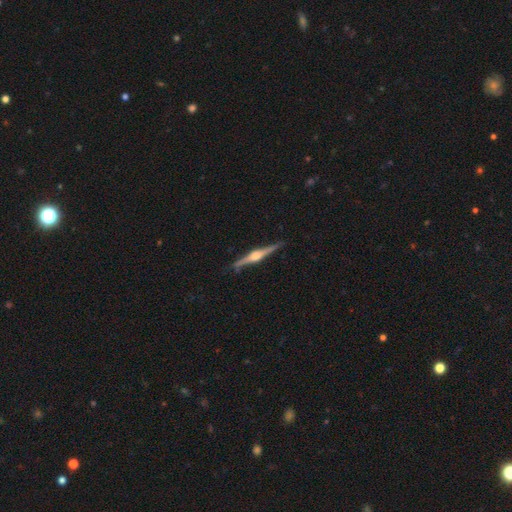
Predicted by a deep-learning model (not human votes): smooth_or_featured: featured or disk (p=0.82) [alt: smooth p=0.13]
disk_edge_on: yes (p=0.98) [alt: no p=0.02]
edge_on_bulge: rounded (p=0.91) [alt: boxy p=0.06]
merging: none (p=0.88) [alt: minor disturbance p=0.09]